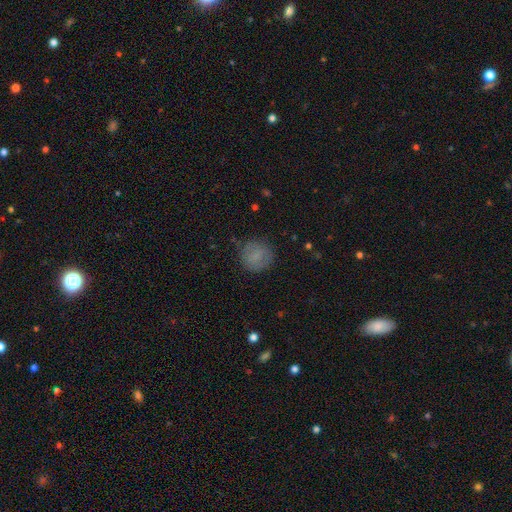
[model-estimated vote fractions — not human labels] Q: Smooth or featured?
A: smooth (77%); runner-up: featured or disk (14%)
Q: How rounded?
A: round (88%); runner-up: in between (11%)
Q: Merging?
A: none (76%); runner-up: minor disturbance (17%)